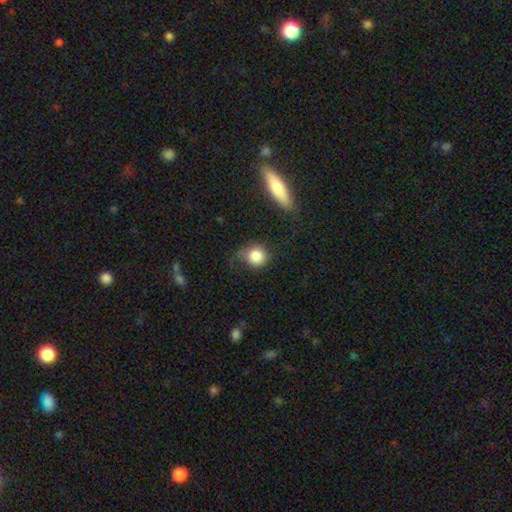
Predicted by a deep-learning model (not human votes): The model was most divided on "merging": none: 51%, minor disturbance: 29%, major disturbance: 16%, merger: 4%. More confident: how rounded — round (84%); smooth or featured — smooth (83%).